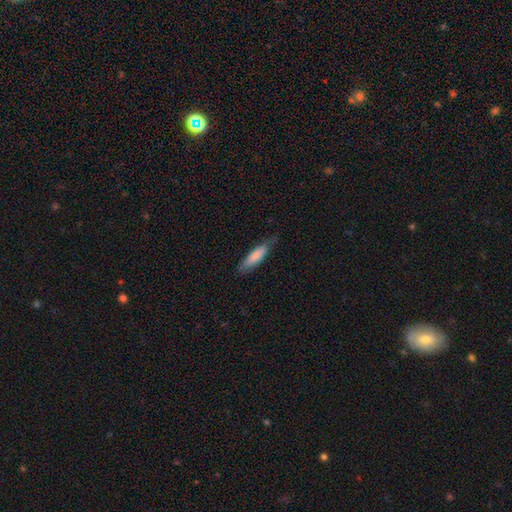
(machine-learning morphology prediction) This appears to be a smooth galaxy with no disk features (81%) that is cigar-shaped (65%). Merging: none (72%).